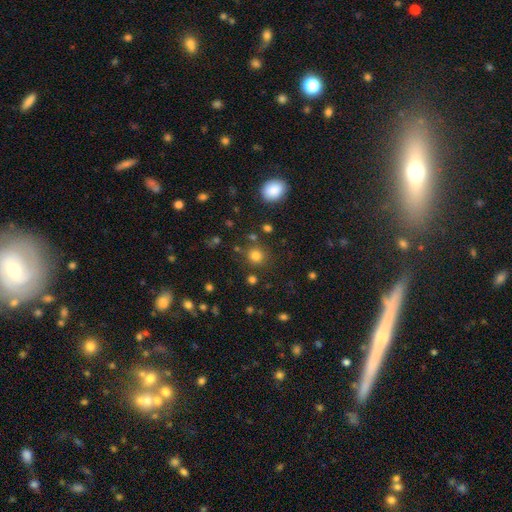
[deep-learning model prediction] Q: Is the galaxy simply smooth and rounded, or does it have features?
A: smooth — 79%.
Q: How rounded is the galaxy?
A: round — 90%.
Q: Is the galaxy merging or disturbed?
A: none — 83%.